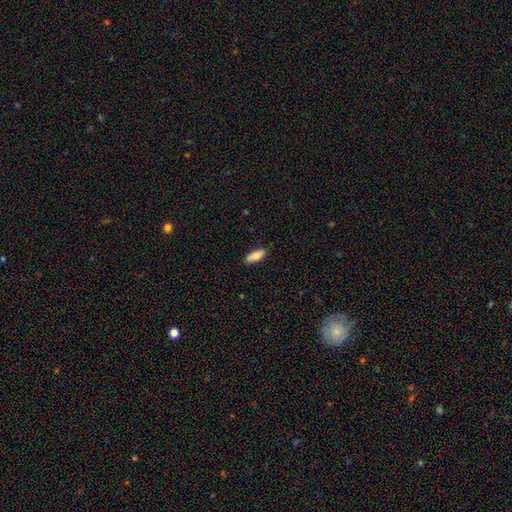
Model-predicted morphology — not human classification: smooth 84%, featured or disk 10%, star or artifact 6%. Down the decision tree: how rounded — in between (73%); merging — none (86%).